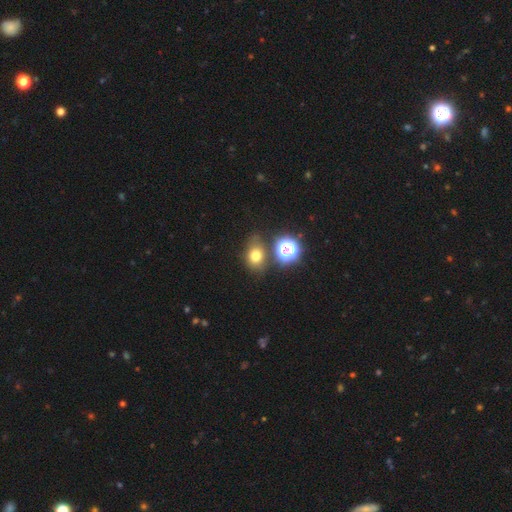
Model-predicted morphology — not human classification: type=smooth (71%); roundness=round (51%); merging=none (68%).